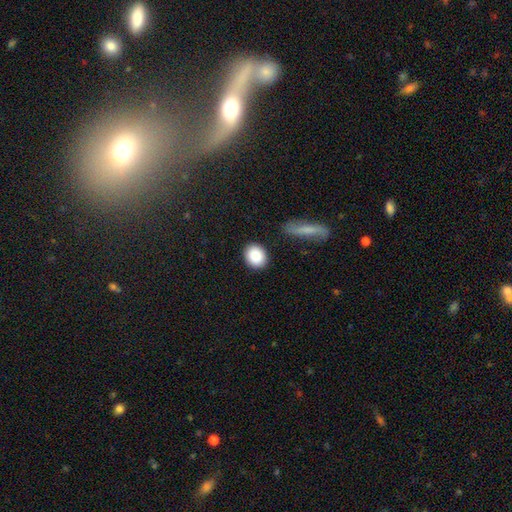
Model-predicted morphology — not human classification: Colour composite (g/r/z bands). It shows a smooth galaxy with no disk features (85%) that is round (64%). Merging: none (88%).